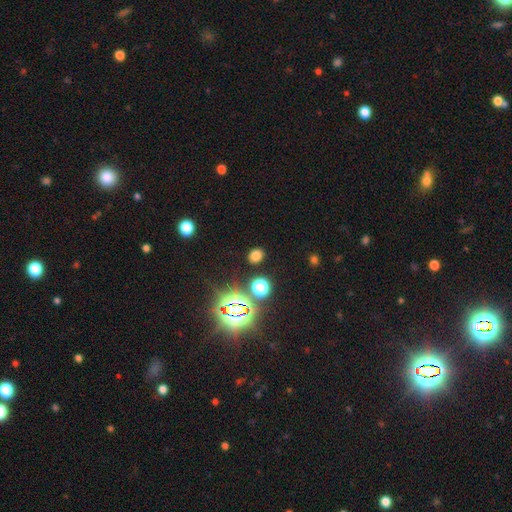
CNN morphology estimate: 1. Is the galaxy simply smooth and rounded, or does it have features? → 67% smooth, 27% star or artifact, 6% featured or disk.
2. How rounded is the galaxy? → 52% round, 46% in between, 1% cigar-shaped.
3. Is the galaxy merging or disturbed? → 88% none, 7% minor disturbance, 3% major disturbance, 2% merger.